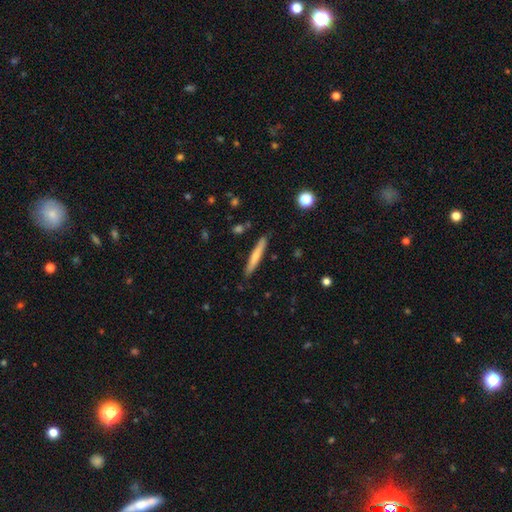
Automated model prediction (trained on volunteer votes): This appears to be a smooth galaxy with no disk features (66%) that is cigar-shaped (94%). Merging: none (88%).